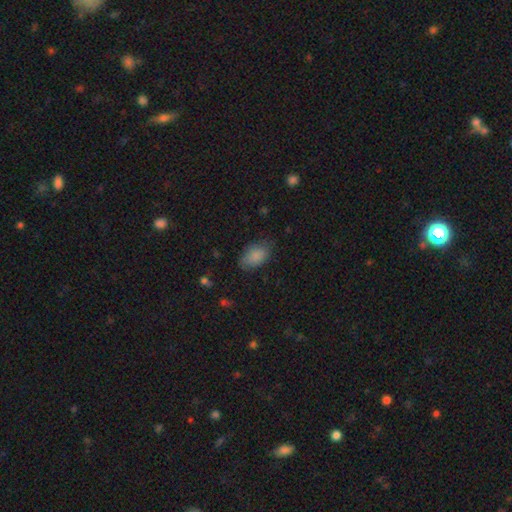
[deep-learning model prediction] A smooth galaxy with no disk features (86%) that is in between round and cigar-shaped (91%). Merging: none (75%).